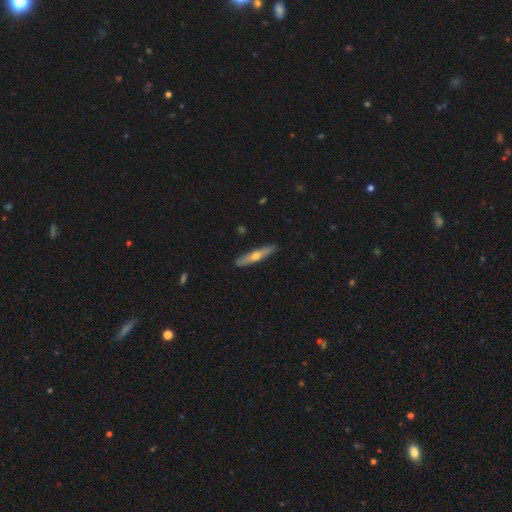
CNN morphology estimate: The model was most divided on "smooth or featured": featured or disk: 48%, smooth: 46%, star or artifact: 5%. More confident: merging — none (89%).